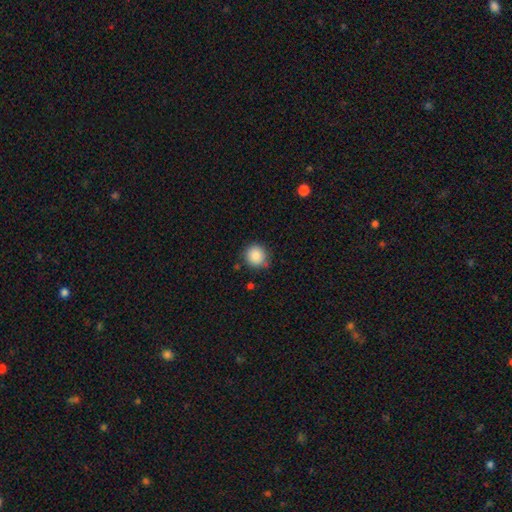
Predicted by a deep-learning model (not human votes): A smooth galaxy with no disk features (87%) that is round (92%). Merging: none (82%).